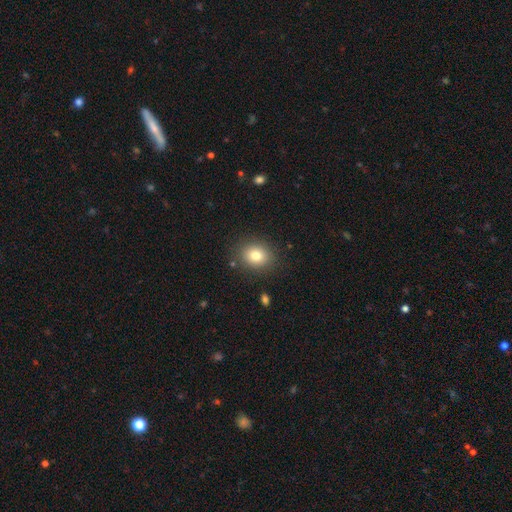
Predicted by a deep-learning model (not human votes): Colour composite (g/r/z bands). It shows a smooth galaxy with no disk features (80%) that is round (63%). Merging: none (86%).